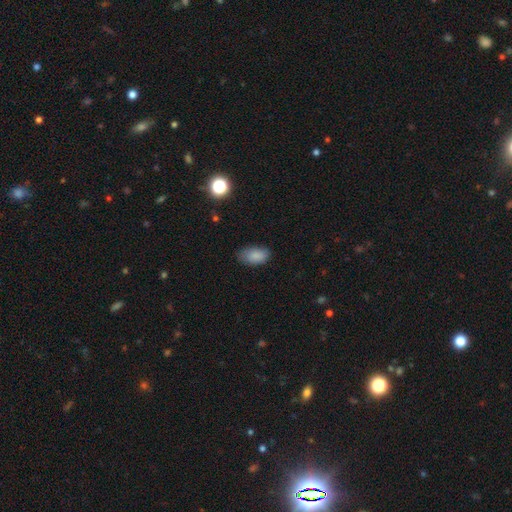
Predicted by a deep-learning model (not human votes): smooth 86%, star or artifact 8%, featured or disk 5%. Down the decision tree: how rounded — in between (93%); merging — none (78%).